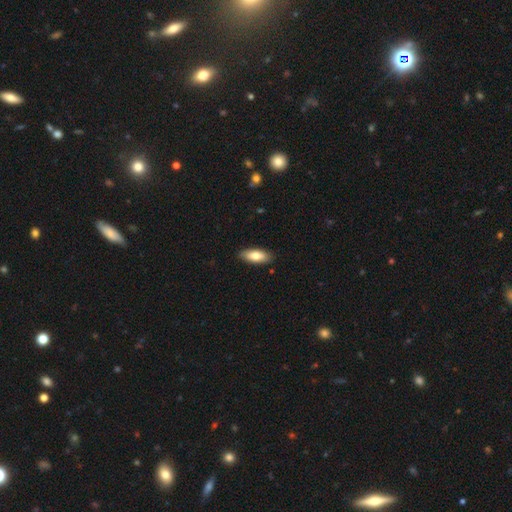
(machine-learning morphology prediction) This is likely a smooth galaxy (77%). How rounded: likely in between (80%). Merging: clearly none (88%).